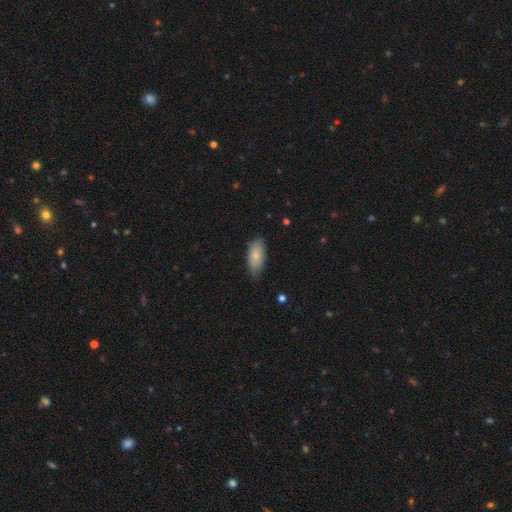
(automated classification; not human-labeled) The model was most divided on "merging": none: 64%, minor disturbance: 30%, major disturbance: 4%, merger: 1%. More confident: how rounded — in between (89%); smooth or featured — smooth (77%).